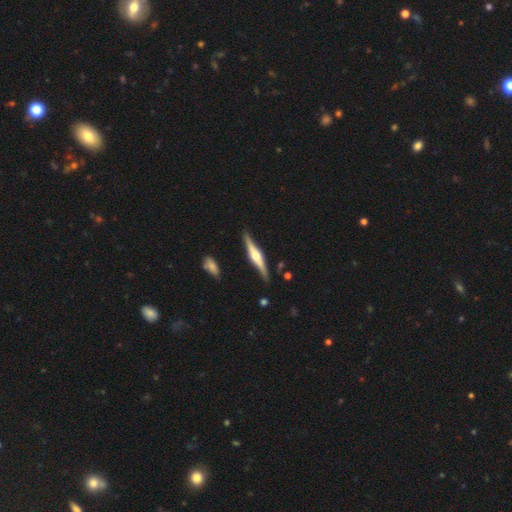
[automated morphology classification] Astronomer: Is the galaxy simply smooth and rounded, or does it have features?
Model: featured or disk — 75%.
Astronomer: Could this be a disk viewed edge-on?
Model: yes — 97%.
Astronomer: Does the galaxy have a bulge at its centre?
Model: rounded — 91%.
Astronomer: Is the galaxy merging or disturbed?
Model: none — 88%.